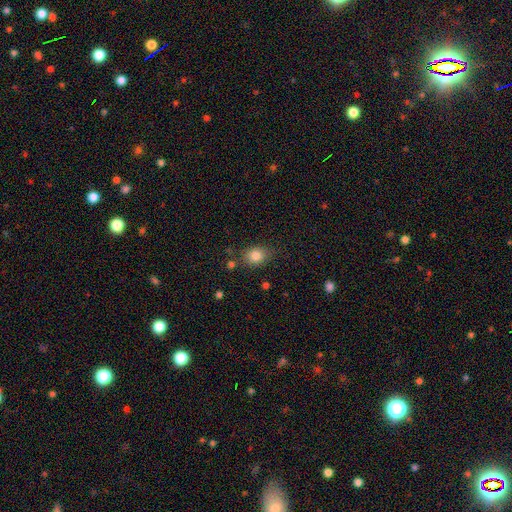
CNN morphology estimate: Smooth or featured?
  - smooth: 83% *
  - star or artifact: 10%
  - featured or disk: 7%
How rounded?
  - in between: 53% *
  - round: 46%
  - cigar-shaped: 1%
Merging?
  - none: 76% *
  - minor disturbance: 15%
  - major disturbance: 4%
  - merger: 4%